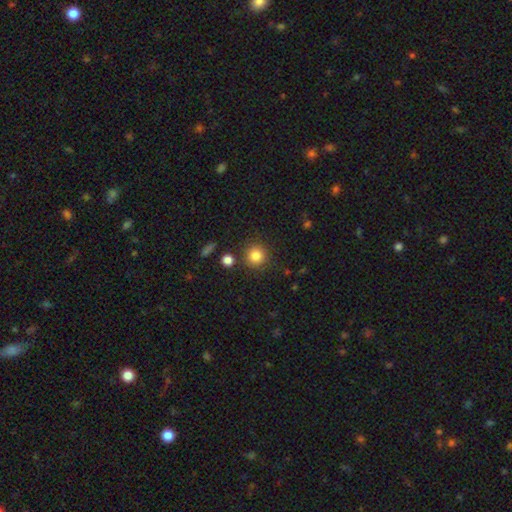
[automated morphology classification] Smooth or featured?
  - smooth: 83% *
  - star or artifact: 11%
  - featured or disk: 6%
How rounded?
  - round: 92% *
  - in between: 7%
  - cigar-shaped: 1%
Merging?
  - none: 84% *
  - minor disturbance: 8%
  - merger: 5%
  - major disturbance: 3%